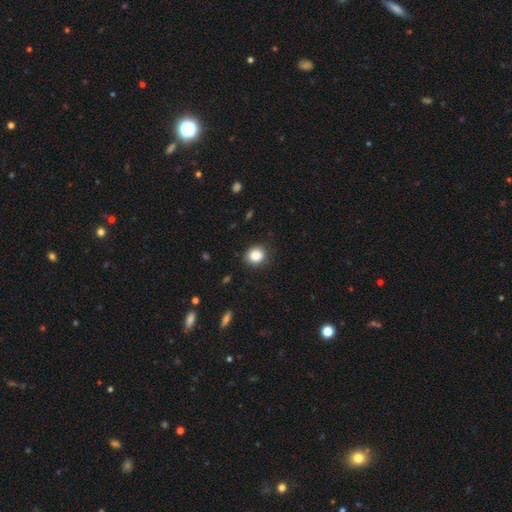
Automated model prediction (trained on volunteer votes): smooth-or-featured: smooth: 86% | star or artifact: 10% | featured or disk: 4%
  how-rounded: round: 82% | in between: 17% | cigar-shaped: 1%
  merging: none: 87% | minor disturbance: 10% | major disturbance: 2% | merger: 1%